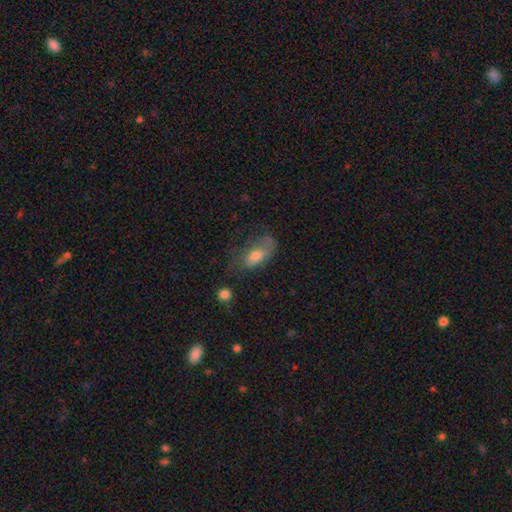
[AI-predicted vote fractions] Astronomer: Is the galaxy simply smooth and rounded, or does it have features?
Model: smooth — 64%.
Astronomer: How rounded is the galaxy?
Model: in between — 88%.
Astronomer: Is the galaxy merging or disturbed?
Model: none — 40% (runner-up: minor disturbance, 28%).